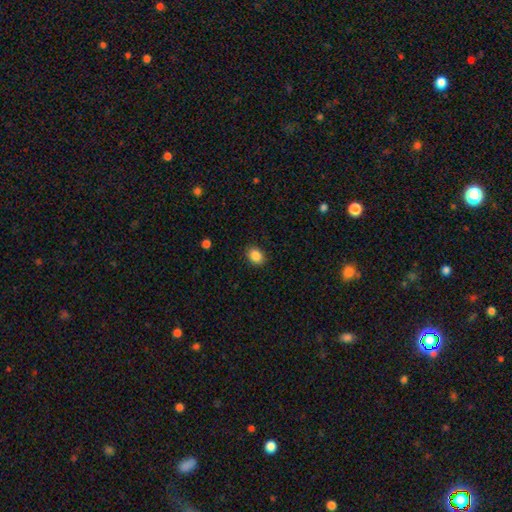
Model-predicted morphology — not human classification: smooth_or_featured: smooth (p=0.87) [alt: star or artifact p=0.09]
how_rounded: in between (p=0.60) [alt: round p=0.39]
merging: none (p=0.89) [alt: minor disturbance p=0.08]